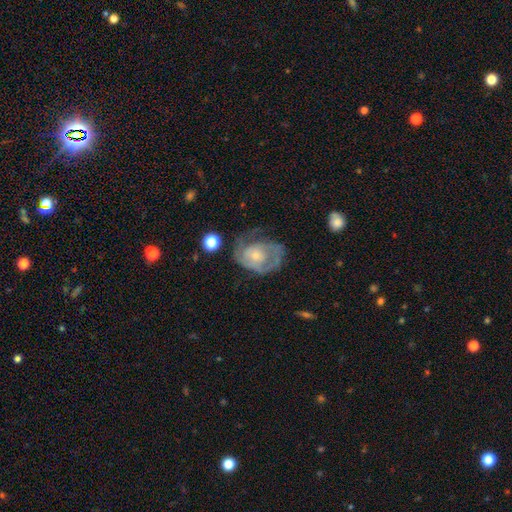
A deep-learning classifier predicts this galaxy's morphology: This appears to be a featured or disk galaxy (70%) with no bar (77%), 2 (35%) tight (45%) spiral arms (77%) and a small central bulge (65%). Merging: none (37%).